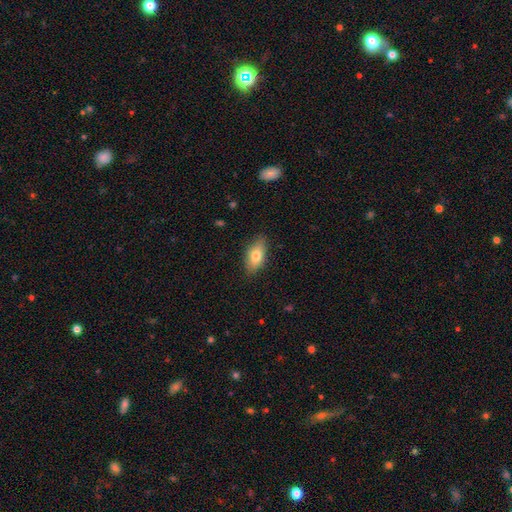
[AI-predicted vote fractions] The model was most divided on "smooth or featured": smooth: 73%, featured or disk: 20%, star or artifact: 7%. More confident: how rounded — in between (85%); merging — none (83%).